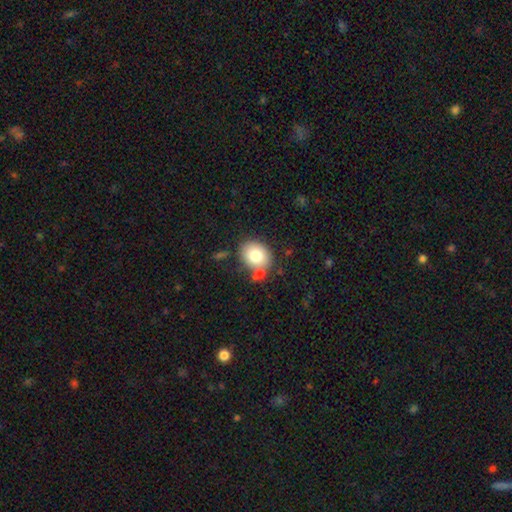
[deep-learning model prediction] smooth 78%, featured or disk 12%, star or artifact 9%. Down the decision tree: how rounded — round (52%); merging — none (70%).